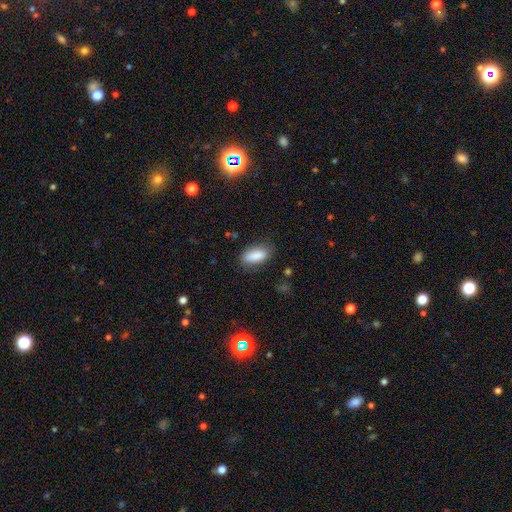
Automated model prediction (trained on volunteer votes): Smooth or featured? Predicted: smooth (p=0.87). How rounded? Predicted: in between (p=0.84). Merging? Predicted: none (p=0.79).